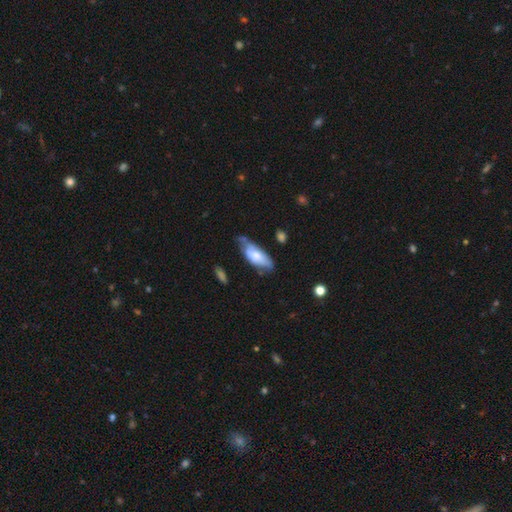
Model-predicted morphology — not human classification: type=smooth (65%); roundness=in between (79%); merging=none (44%).